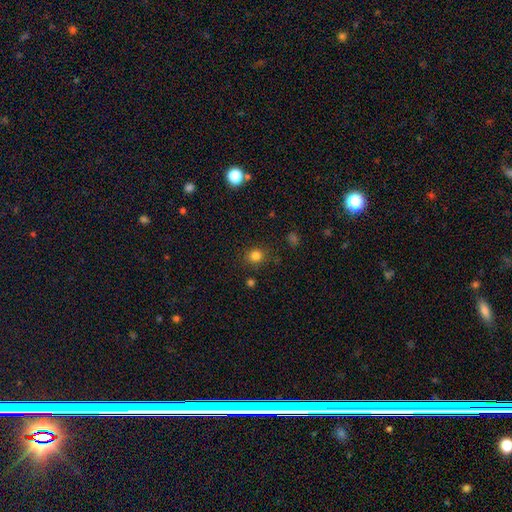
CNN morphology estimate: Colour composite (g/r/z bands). It shows a smooth galaxy with no disk features (81%) that is round (79%). Merging: none (86%).